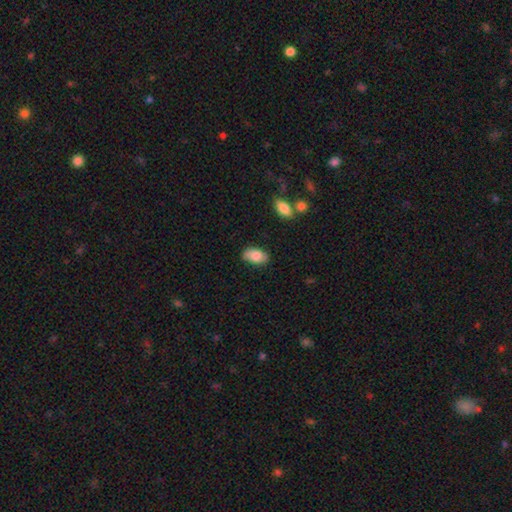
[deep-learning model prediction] Q: Smooth or featured?
A: smooth (83%); runner-up: featured or disk (11%)
Q: How rounded?
A: in between (93%); runner-up: round (5%)
Q: Merging?
A: none (76%); runner-up: minor disturbance (19%)